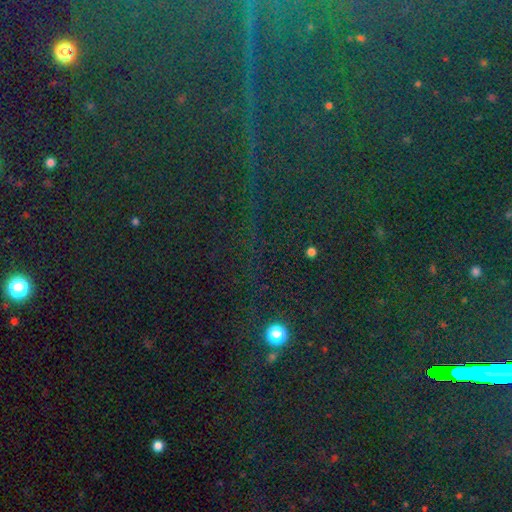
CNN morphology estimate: A star or artifact, not a galaxy (84%).